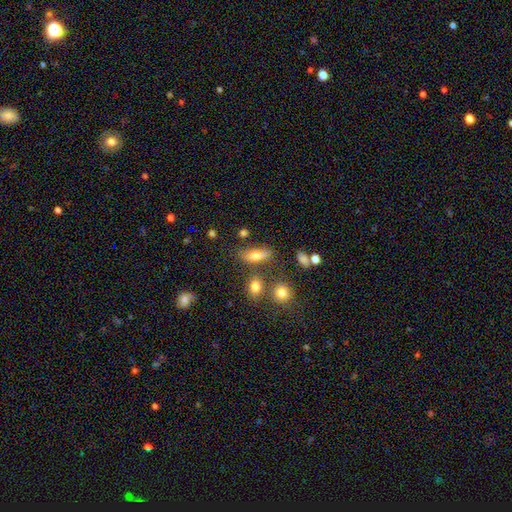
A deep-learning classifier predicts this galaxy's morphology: A smooth galaxy with no disk features (71%) that is in between round and cigar-shaped (70%). Merging: none (59%).